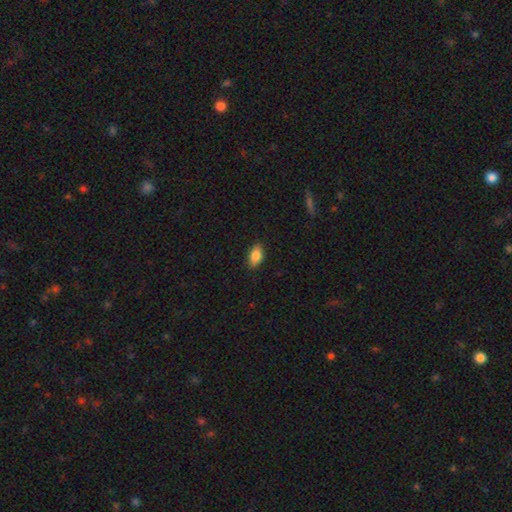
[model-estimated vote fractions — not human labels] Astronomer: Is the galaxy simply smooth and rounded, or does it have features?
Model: smooth — 84%.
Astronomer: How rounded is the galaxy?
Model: in between — 89%.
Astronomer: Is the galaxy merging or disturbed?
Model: none — 86%.